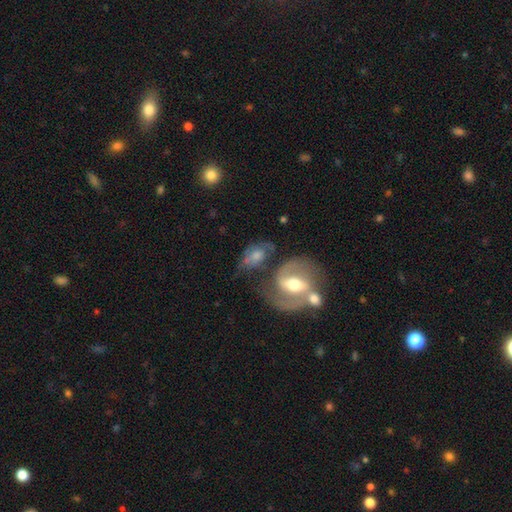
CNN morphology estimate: featured or disk 52%, smooth 40%, star or artifact 8%. Down the decision tree: edge-on disk — no (92%); merging — none (39%).